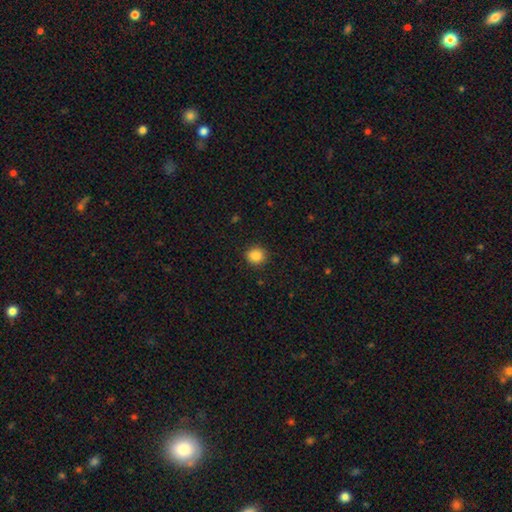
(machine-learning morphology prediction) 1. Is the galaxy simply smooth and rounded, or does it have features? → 86% smooth, 10% star or artifact, 4% featured or disk.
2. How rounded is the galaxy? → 89% round, 10% in between, 1% cigar-shaped.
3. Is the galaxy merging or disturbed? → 90% none, 7% minor disturbance, 2% major disturbance, 1% merger.